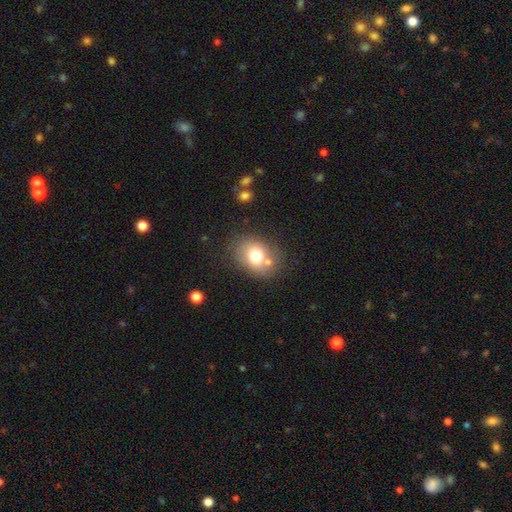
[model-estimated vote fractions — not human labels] Smooth or featured?
  - smooth: 73% *
  - featured or disk: 16%
  - star or artifact: 10%
How rounded?
  - in between: 55% *
  - round: 44%
  - cigar-shaped: 1%
Merging?
  - none: 63% *
  - merger: 17%
  - minor disturbance: 15%
  - major disturbance: 5%